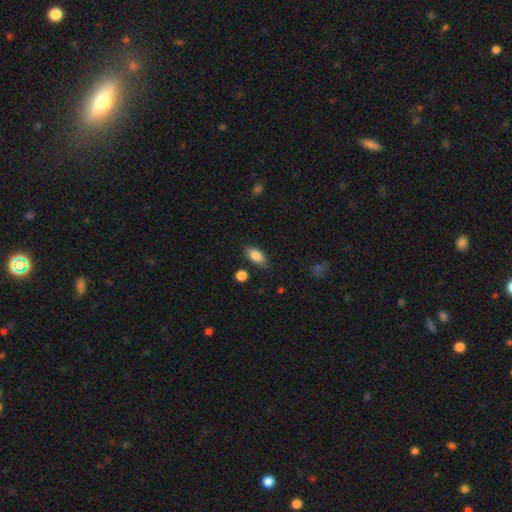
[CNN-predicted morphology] Smooth or featured? Predicted: smooth (p=0.83). How rounded? Predicted: in between (p=0.85). Merging? Predicted: none (p=0.77).